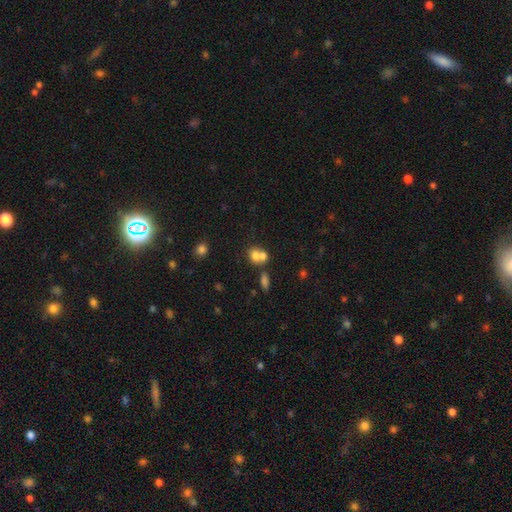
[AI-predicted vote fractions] The model was most divided on "how rounded": round: 55%, in between: 44%, cigar-shaped: 1%. More confident: smooth or featured — smooth (71%); merging — merger (62%).